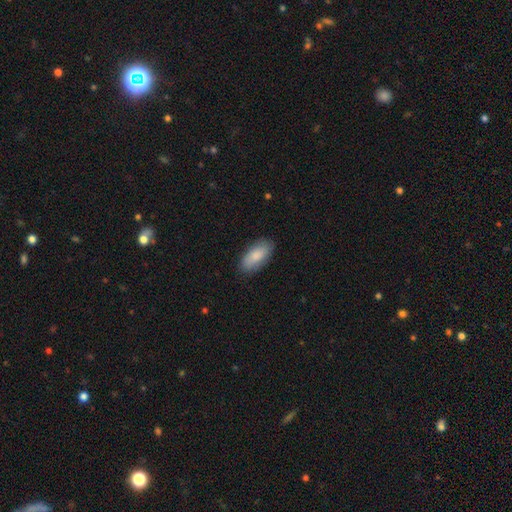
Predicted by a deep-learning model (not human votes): The model was most divided on "merging": none: 84%, minor disturbance: 13%, major disturbance: 3%, merger: 1%. More confident: how rounded — in between (90%); smooth or featured — smooth (85%).